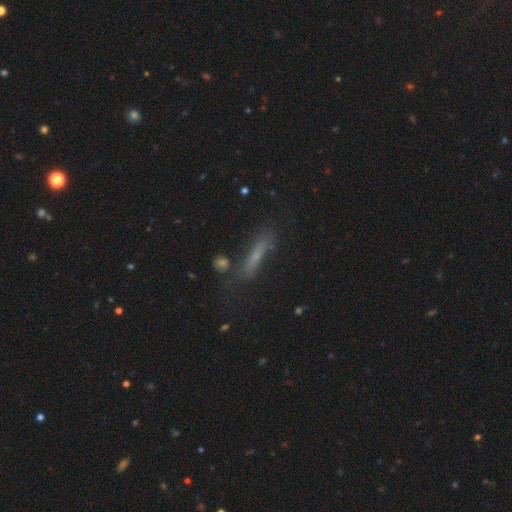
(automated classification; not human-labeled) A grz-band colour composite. It shows a smooth galaxy with no disk features (54%) that is cigar-shaped (83%). Merging: none (64%).